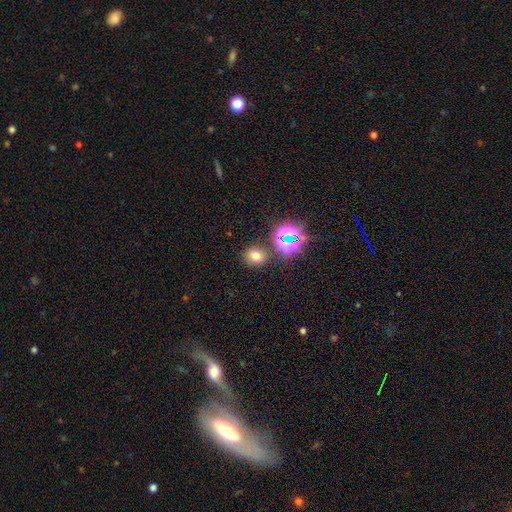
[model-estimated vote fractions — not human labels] smooth_or_featured: smooth (p=0.65) [alt: star or artifact p=0.26]
how_rounded: round (p=0.65) [alt: in between p=0.34]
merging: none (p=0.77) [alt: minor disturbance p=0.10]